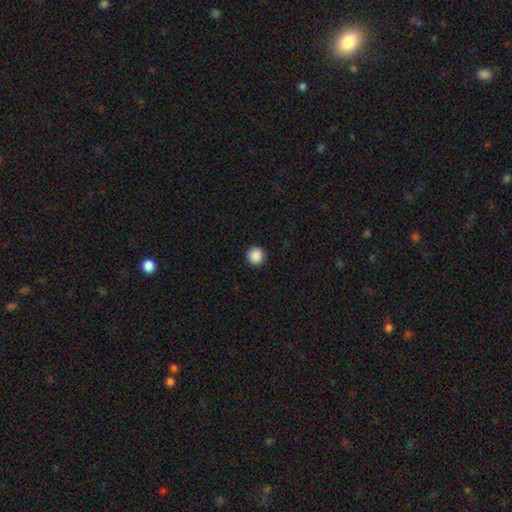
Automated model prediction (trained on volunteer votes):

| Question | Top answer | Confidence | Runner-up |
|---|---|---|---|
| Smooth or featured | smooth | 89% | star or artifact (9%) |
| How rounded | round | 96% | in between (3%) |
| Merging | none | 93% | minor disturbance (4%) |